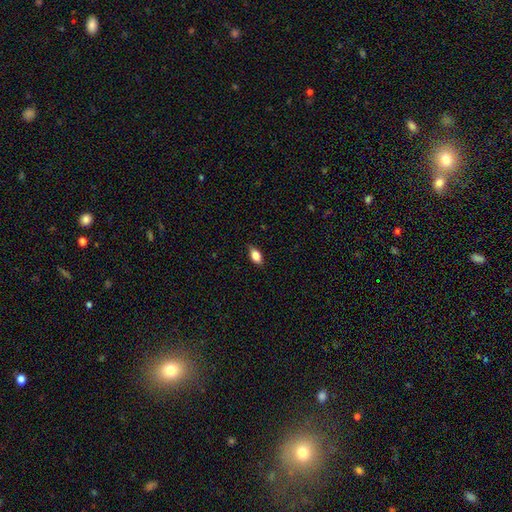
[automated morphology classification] The model was most divided on "merging": none: 84%, minor disturbance: 12%, major disturbance: 2%, merger: 1%. More confident: how rounded — in between (88%); smooth or featured — smooth (83%).